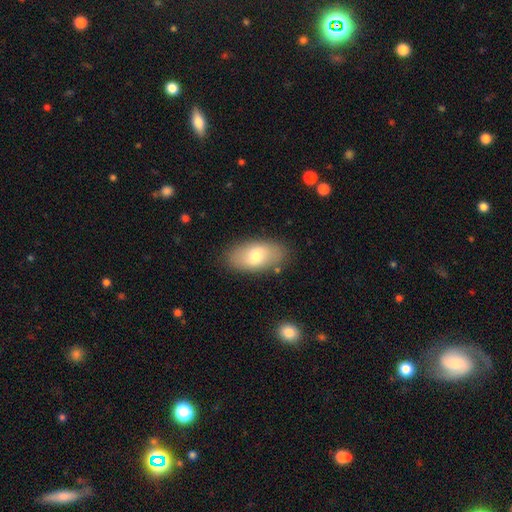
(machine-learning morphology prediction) This appears to be a smooth galaxy with no disk features (66%) that is in between round and cigar-shaped (93%). Merging: none (84%).